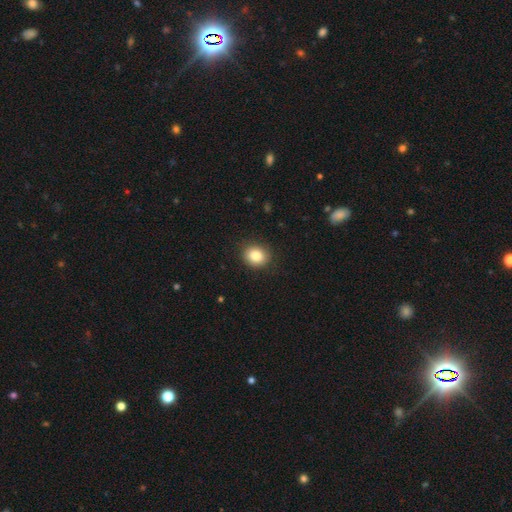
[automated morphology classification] type=smooth (85%); roundness=round (62%); merging=none (88%).